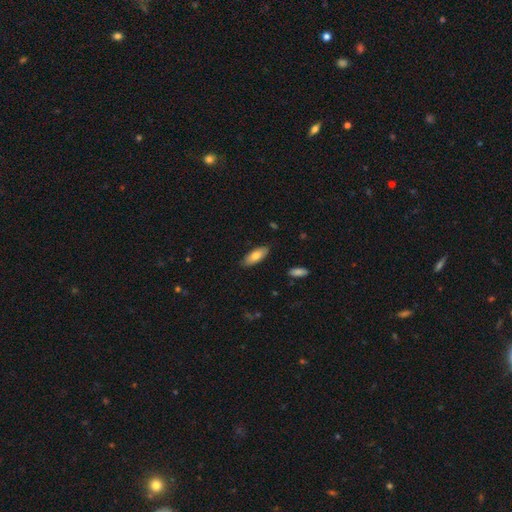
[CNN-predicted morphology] smooth 77%, featured or disk 17%, star or artifact 6%. Down the decision tree: how rounded — in between (79%); merging — none (85%).